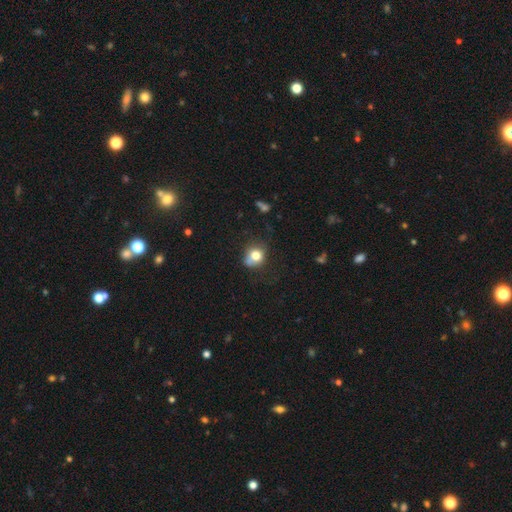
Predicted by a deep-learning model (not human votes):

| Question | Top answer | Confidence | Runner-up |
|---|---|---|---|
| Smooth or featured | smooth | 75% | featured or disk (13%) |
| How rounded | round | 72% | in between (27%) |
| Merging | none | 51% | minor disturbance (26%) |